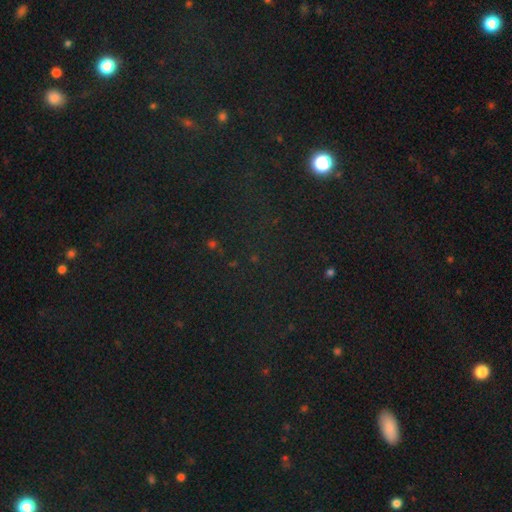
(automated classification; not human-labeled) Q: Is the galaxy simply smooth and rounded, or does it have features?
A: star or artifact — 75%.